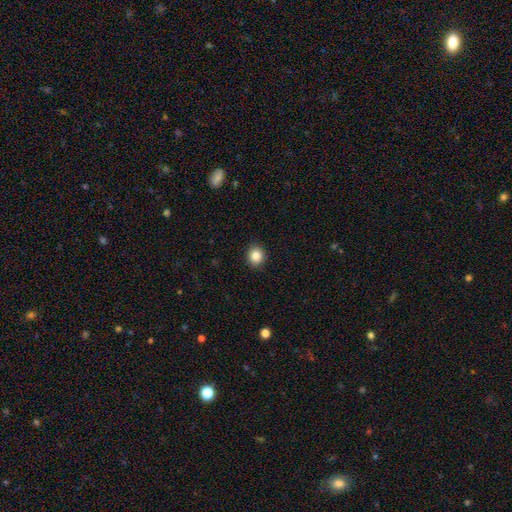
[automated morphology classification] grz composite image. It shows a smooth galaxy with no disk features (85%) that is round (82%). Merging: none (92%).